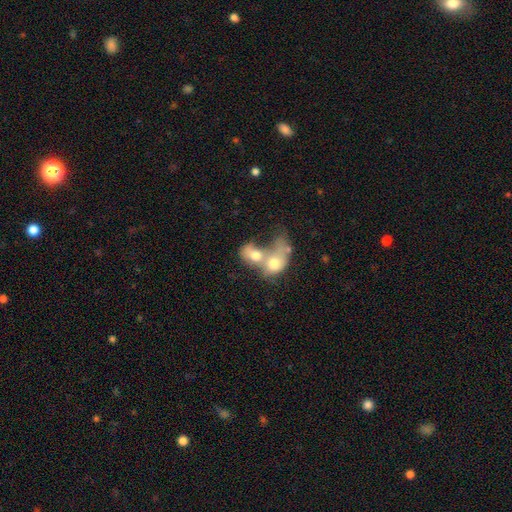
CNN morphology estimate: type=smooth (59%); roundness=in between (60%); merging=merger (81%).